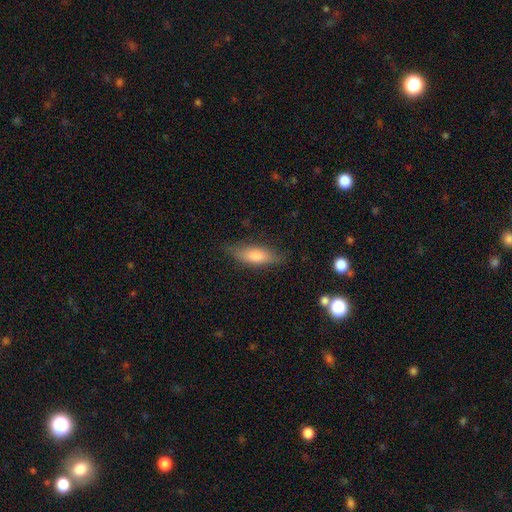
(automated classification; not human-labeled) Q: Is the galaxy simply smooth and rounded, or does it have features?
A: smooth — 70%.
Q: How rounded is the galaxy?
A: in between — 58%.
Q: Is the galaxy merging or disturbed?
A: none — 79%.